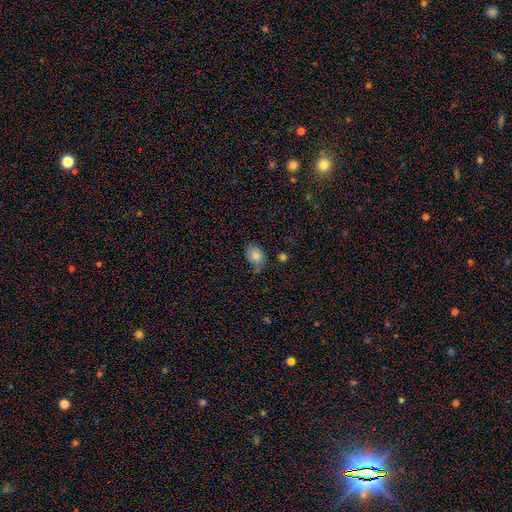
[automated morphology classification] Smooth or featured?
  - smooth: 81% *
  - featured or disk: 10%
  - star or artifact: 9%
How rounded?
  - in between: 72% *
  - round: 27%
  - cigar-shaped: 1%
Merging?
  - none: 56% *
  - minor disturbance: 30%
  - major disturbance: 8%
  - merger: 6%